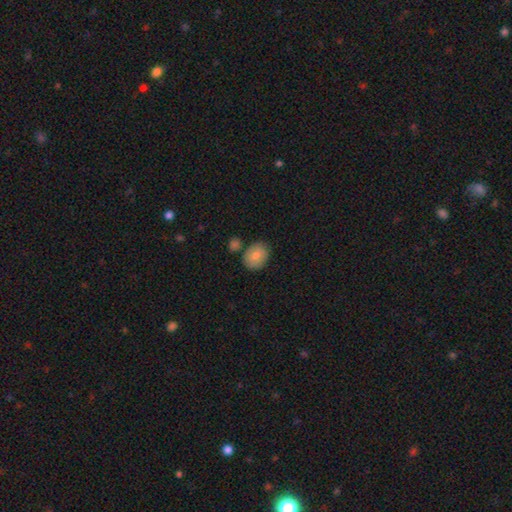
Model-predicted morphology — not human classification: type=smooth (85%); roundness=in between (67%); merging=none (73%).